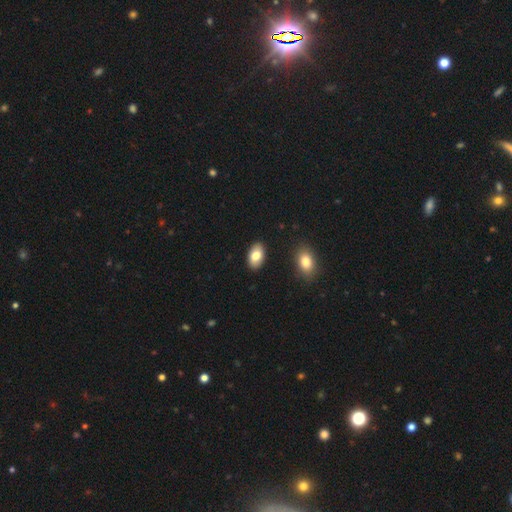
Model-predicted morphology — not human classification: A smooth galaxy with no disk features (80%) that is in between round and cigar-shaped (93%). Merging: none (90%).